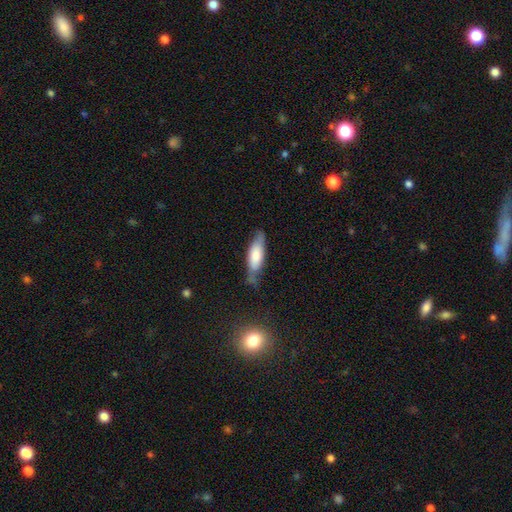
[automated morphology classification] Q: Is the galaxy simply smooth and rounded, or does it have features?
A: smooth — 69%.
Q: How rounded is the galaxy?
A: in between — 57%.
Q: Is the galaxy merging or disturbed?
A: none — 61%.